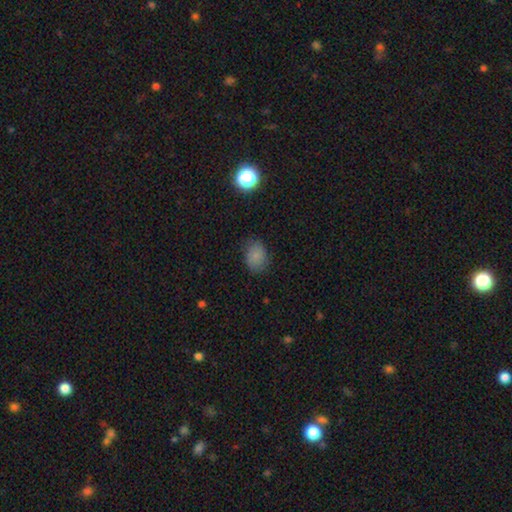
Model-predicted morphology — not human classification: A smooth galaxy with no disk features (82%) that is in between round and cigar-shaped (66%). Merging: none (75%).